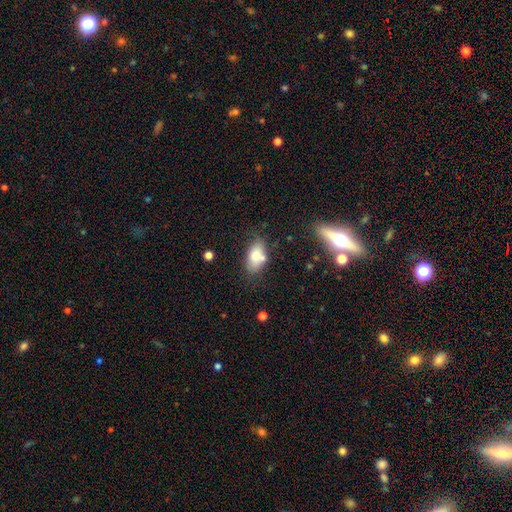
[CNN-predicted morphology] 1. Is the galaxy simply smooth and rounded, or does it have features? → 77% smooth, 15% featured or disk, 8% star or artifact.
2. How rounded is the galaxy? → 90% in between, 7% round, 3% cigar-shaped.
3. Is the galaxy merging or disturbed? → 61% none, 20% minor disturbance, 14% merger, 5% major disturbance.